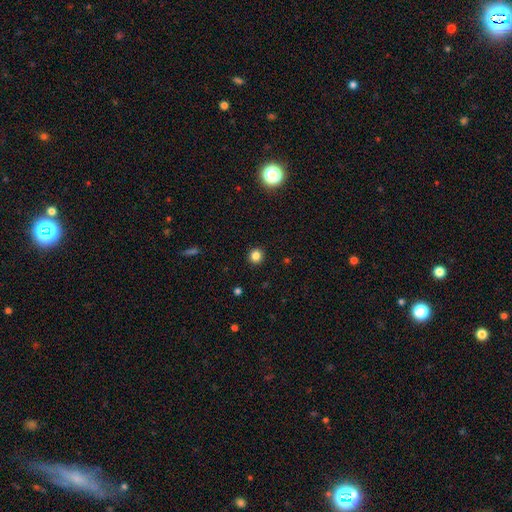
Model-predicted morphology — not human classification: This is clearly a smooth galaxy (83%). How rounded: clearly round (93%). Merging: clearly none (92%).